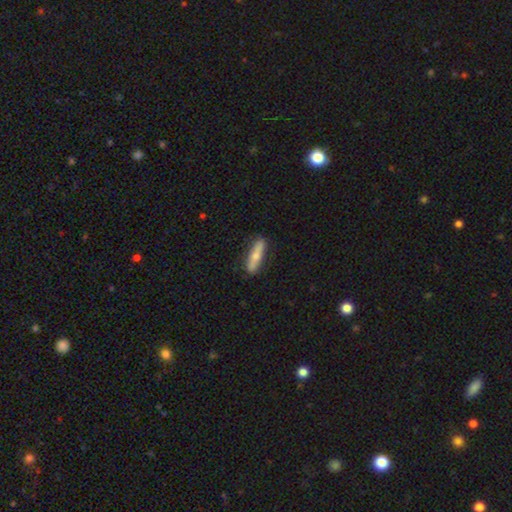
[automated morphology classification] type=smooth (62%); roundness=cigar-shaped (76%); merging=none (86%).